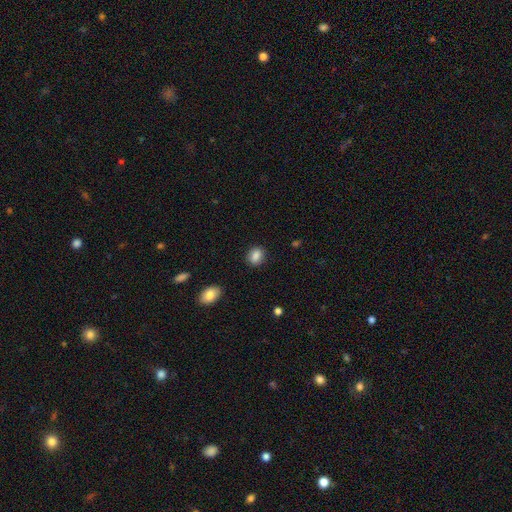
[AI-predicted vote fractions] This is clearly a smooth galaxy (87%). How rounded: possibly in between (55%). Merging: clearly none (88%).